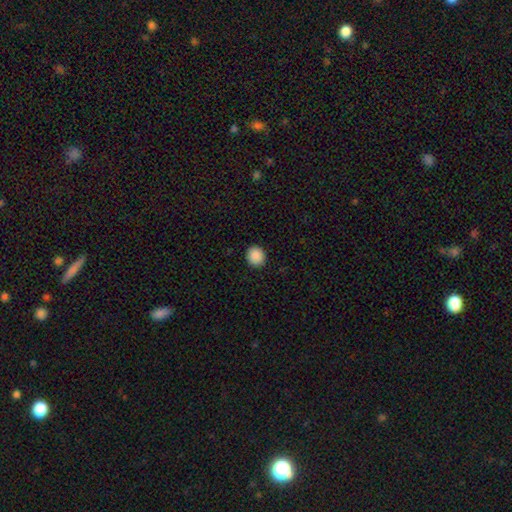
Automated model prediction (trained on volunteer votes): Smooth or featured? smooth (89%)
How rounded? round (86%)
Merging? none (92%)